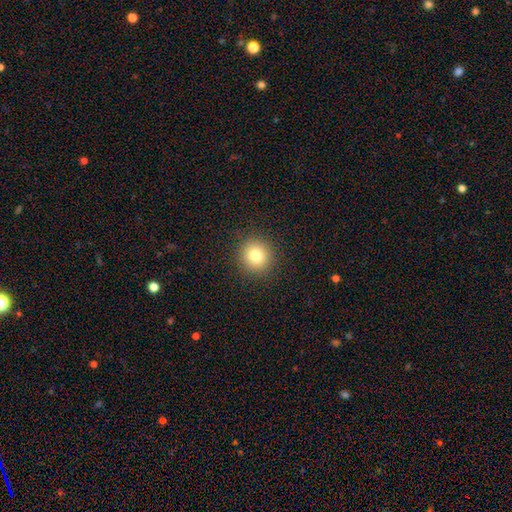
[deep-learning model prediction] Smooth or featured: smooth — 79% (star or artifact — 12%)
How rounded: round — 93% (in between — 6%)
Merging: none — 91% (minor disturbance — 6%)